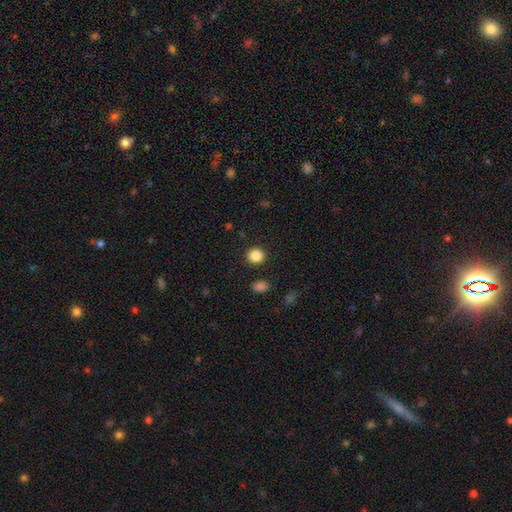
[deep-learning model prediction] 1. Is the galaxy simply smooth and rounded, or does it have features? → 86% smooth, 10% star or artifact, 3% featured or disk.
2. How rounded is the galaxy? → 88% round, 11% in between, 1% cigar-shaped.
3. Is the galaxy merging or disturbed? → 90% none, 6% minor disturbance, 2% major disturbance, 2% merger.